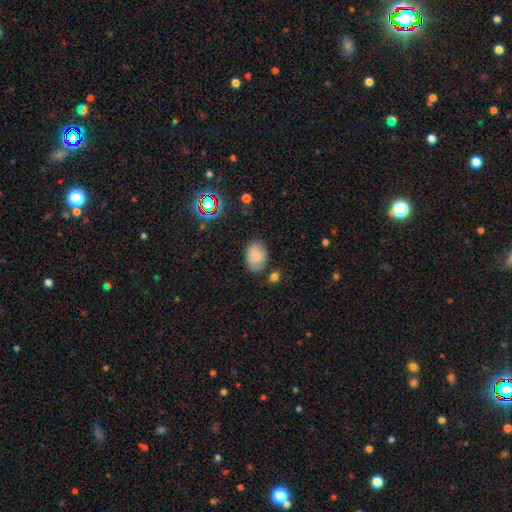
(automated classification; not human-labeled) Smooth or featured?
  - smooth: 80% *
  - featured or disk: 10%
  - star or artifact: 10%
How rounded?
  - in between: 81% *
  - round: 18%
  - cigar-shaped: 1%
Merging?
  - none: 75% *
  - minor disturbance: 17%
  - major disturbance: 4%
  - merger: 4%